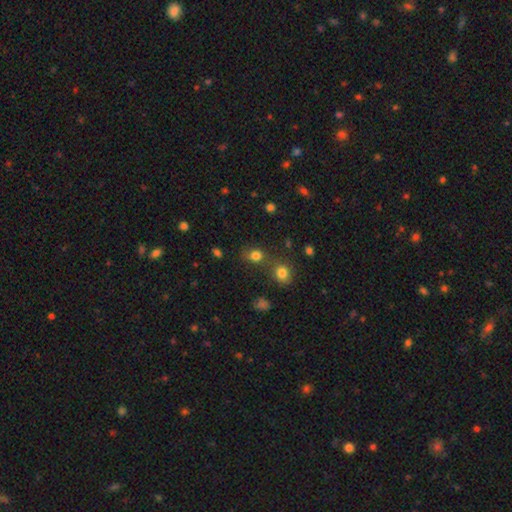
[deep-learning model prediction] A smooth galaxy with no disk features (78%) that is round (62%).

Vote fractions:
- Smooth or featured? smooth: 78% / star or artifact: 16% / featured or disk: 6%
- How rounded? round: 62% / in between: 37% / cigar-shaped: 1%
- Merging? none: 58% / merger: 24% / minor disturbance: 13% / major disturbance: 6%